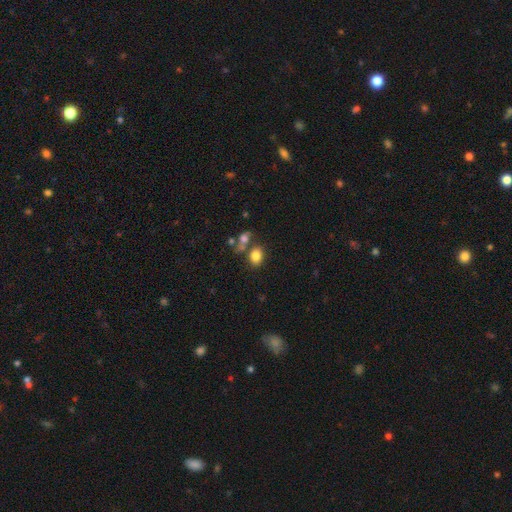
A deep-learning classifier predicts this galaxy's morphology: Smooth or featured? smooth (82%)
How rounded? in between (61%)
Merging? none (60%)